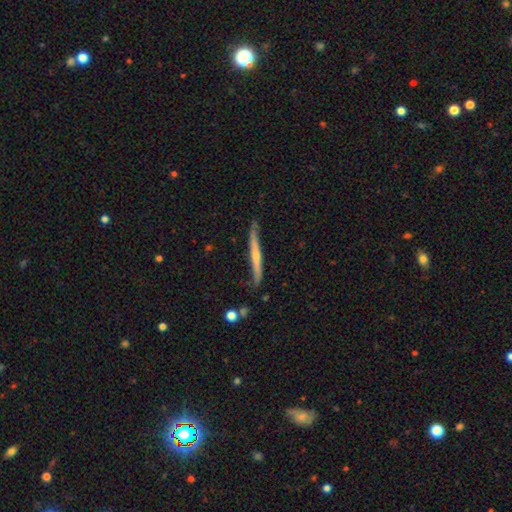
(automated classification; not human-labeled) smooth_or_featured: featured or disk (p=0.65) [alt: smooth p=0.30]
disk_edge_on: yes (p=0.93) [alt: no p=0.07]
edge_on_bulge: rounded (p=0.60) [alt: none p=0.34]
merging: none (p=0.73) [alt: minor disturbance p=0.21]